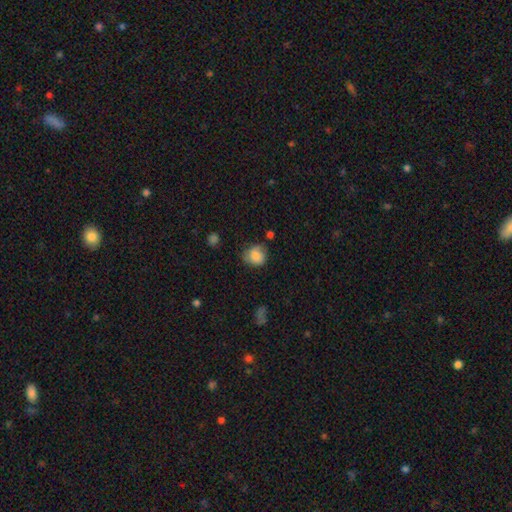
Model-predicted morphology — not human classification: Overall: smooth (79%). How rounded: round (76%). Merging: none (61%; minor disturbance 29%).